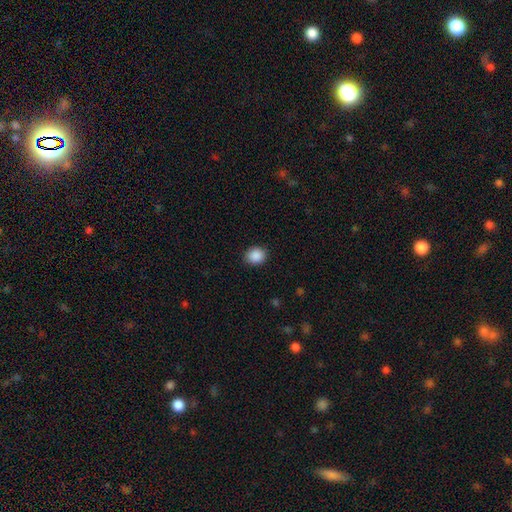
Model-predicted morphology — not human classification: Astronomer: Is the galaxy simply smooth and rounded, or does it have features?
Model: smooth — 89%.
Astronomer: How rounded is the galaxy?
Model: round — 71%.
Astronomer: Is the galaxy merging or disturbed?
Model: none — 88%.